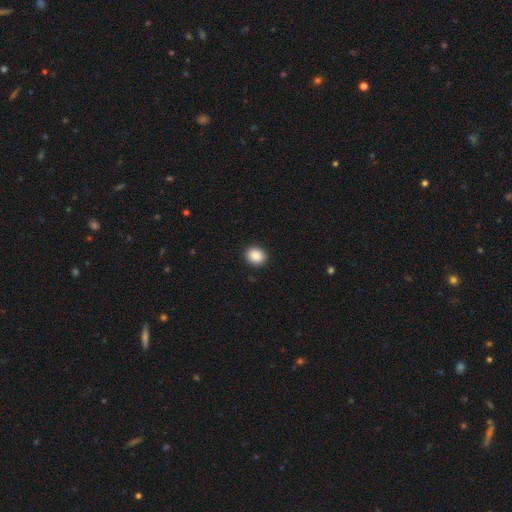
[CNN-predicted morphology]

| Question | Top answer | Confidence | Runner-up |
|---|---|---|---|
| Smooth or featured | smooth | 89% | star or artifact (8%) |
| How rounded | round | 66% | in between (33%) |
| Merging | none | 91% | minor disturbance (6%) |